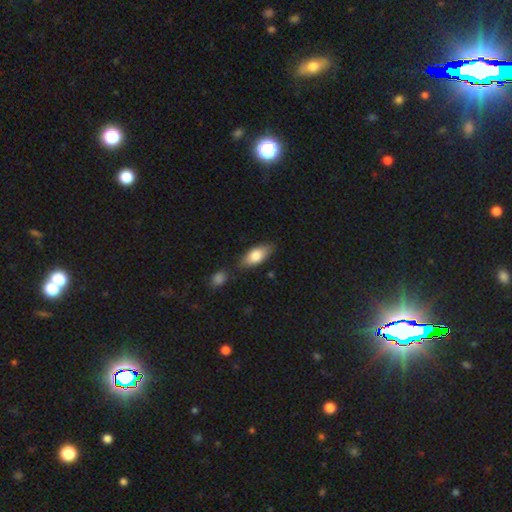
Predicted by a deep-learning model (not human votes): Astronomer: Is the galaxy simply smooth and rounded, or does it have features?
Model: smooth — 77%.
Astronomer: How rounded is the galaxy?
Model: in between — 84%.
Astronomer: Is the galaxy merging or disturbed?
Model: none — 76%.